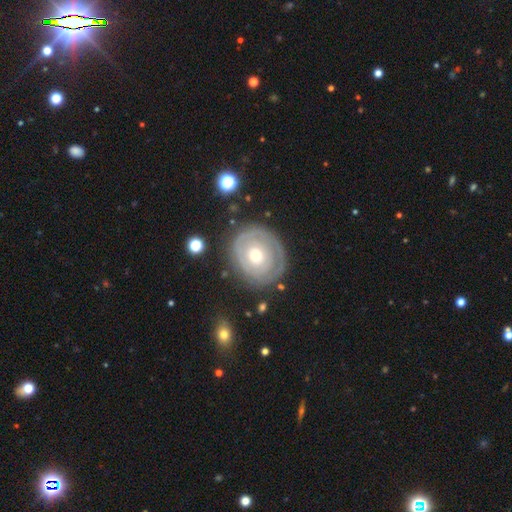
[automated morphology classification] Smooth or featured: featured or disk — 68% (smooth — 27%)
Edge-on disk: no — 96% (yes — 4%)
Bar: no — 86% (weak — 11%)
Spiral arms: yes — 59% (no — 41%)
Bulge size: moderate — 59% (small — 34%)
Merging: none — 77% (minor disturbance — 15%)